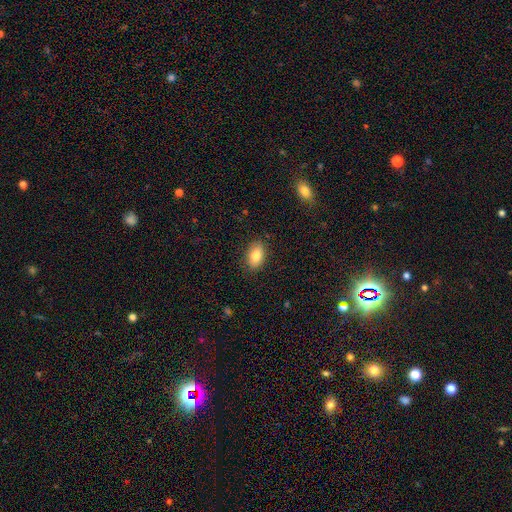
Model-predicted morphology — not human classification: A smooth galaxy with no disk features (82%) that is in between round and cigar-shaped (88%). Merging: none (86%).